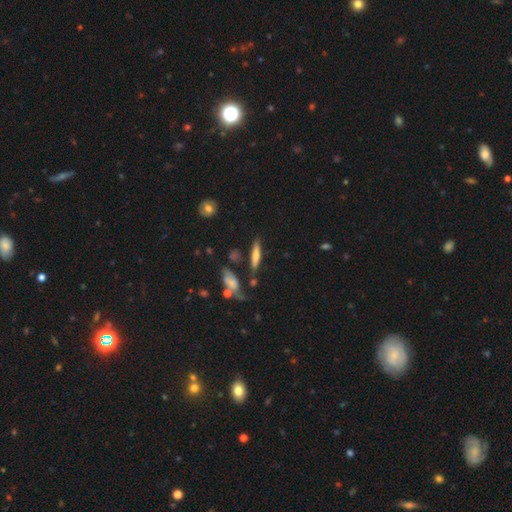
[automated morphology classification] A smooth galaxy with no disk features (58%) that is cigar-shaped (81%). Merging: none (73%).